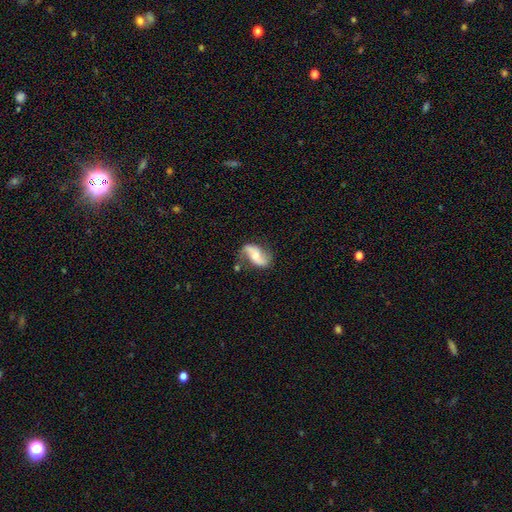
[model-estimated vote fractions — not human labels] featured or disk 72%, smooth 22%, star or artifact 6%. Down the decision tree: edge-on disk — no (95%); bar — no (47%); spiral arms — yes (91%); spiral arm count — 2 (91%); spiral winding — loose (70%); bulge size — moderate (59%); merging — none (67%).